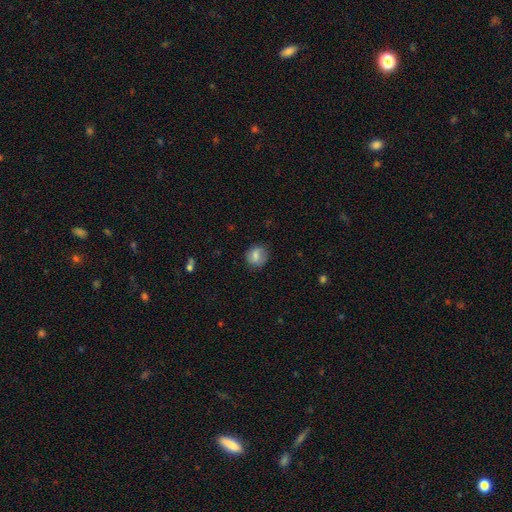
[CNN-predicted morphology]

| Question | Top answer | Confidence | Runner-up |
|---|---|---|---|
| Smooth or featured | smooth | 74% | featured or disk (17%) |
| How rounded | round | 79% | in between (20%) |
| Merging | none | 79% | minor disturbance (15%) |